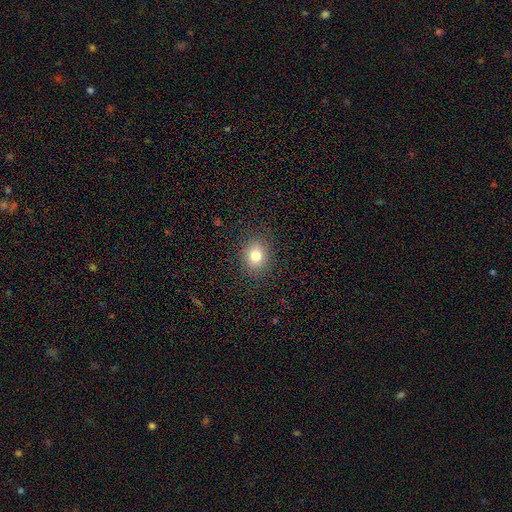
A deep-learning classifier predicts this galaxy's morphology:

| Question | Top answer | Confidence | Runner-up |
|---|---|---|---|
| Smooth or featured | smooth | 79% | star or artifact (12%) |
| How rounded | round | 66% | in between (33%) |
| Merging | none | 88% | minor disturbance (8%) |